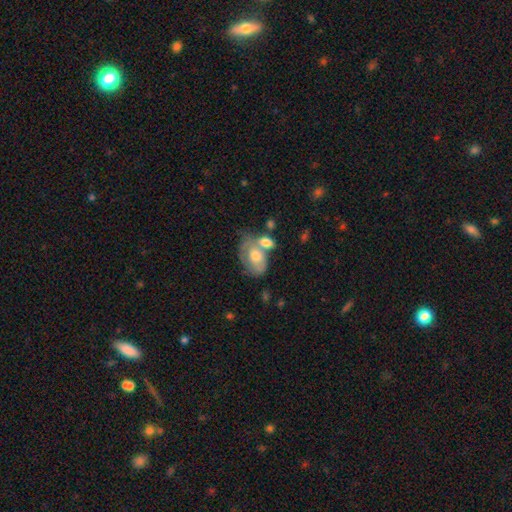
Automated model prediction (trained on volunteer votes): Q: Smooth or featured?
A: smooth (54%); runner-up: featured or disk (39%)
Q: How rounded?
A: in between (79%); runner-up: round (19%)
Q: Merging?
A: merger (43%); runner-up: none (26%)